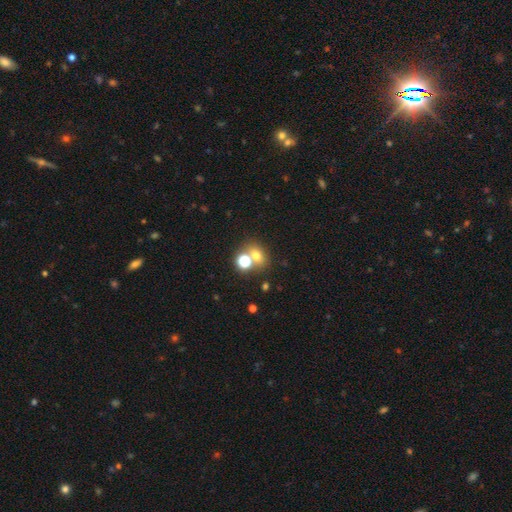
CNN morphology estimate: Smooth or featured?
  - smooth: 67% *
  - star or artifact: 22%
  - featured or disk: 12%
How rounded?
  - round: 55% *
  - in between: 44%
  - cigar-shaped: 1%
Merging?
  - none: 54% *
  - merger: 32%
  - minor disturbance: 9%
  - major disturbance: 4%